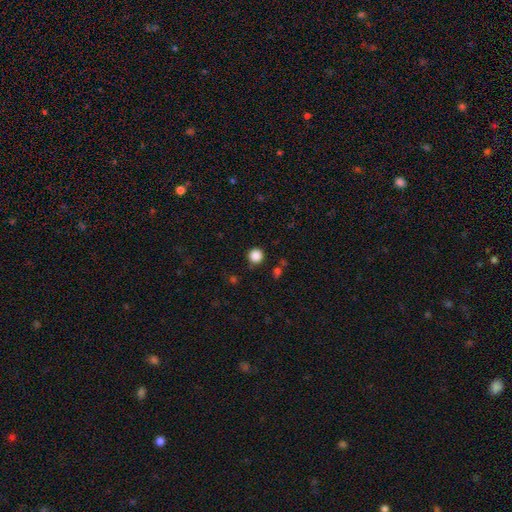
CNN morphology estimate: This is clearly a smooth galaxy (86%). How rounded: clearly round (94%). Merging: clearly none (88%).